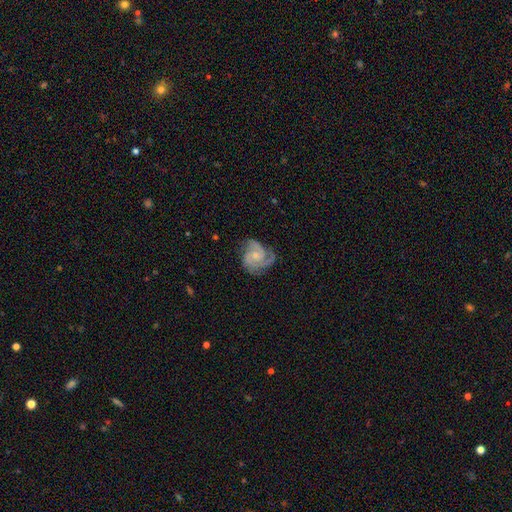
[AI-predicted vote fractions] Smooth or featured? featured or disk (88%)
Edge-on disk? no (98%)
Bar? no (68%)
Spiral arms? yes (98%)
Spiral winding? tight (50%)
Spiral arm count? 3 (54%)
Bulge size? small (59%)
Merging? none (68%)